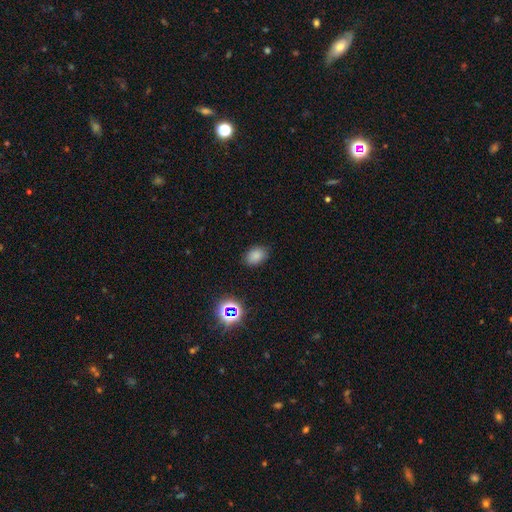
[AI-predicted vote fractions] A smooth galaxy with no disk features (79%) that is in between round and cigar-shaped (79%). Merging: none (84%).